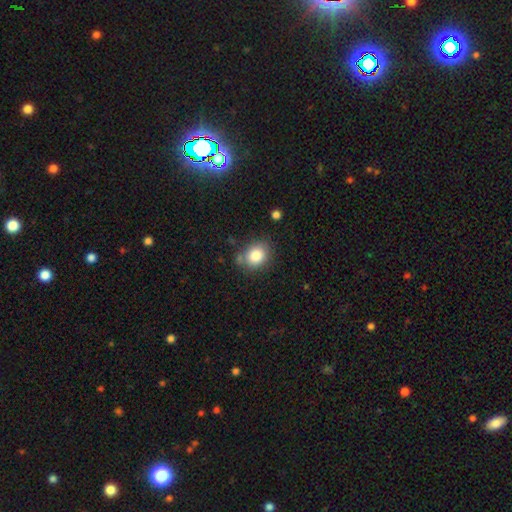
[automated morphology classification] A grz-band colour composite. It shows a smooth galaxy with no disk features (83%) that is round (61%). Merging: none (73%).